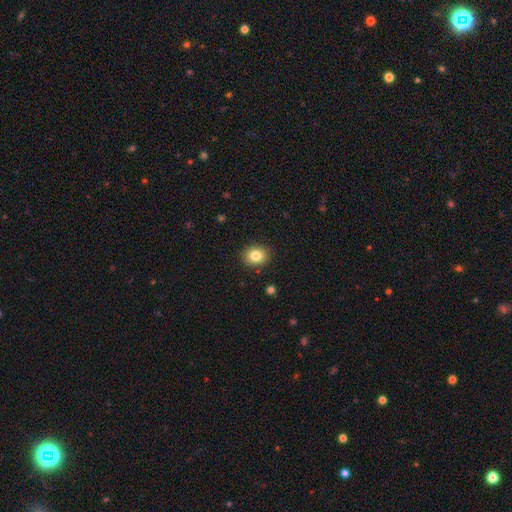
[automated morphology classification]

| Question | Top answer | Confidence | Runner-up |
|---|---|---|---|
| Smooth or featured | smooth | 83% | star or artifact (10%) |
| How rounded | round | 61% | in between (38%) |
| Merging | none | 90% | minor disturbance (7%) |